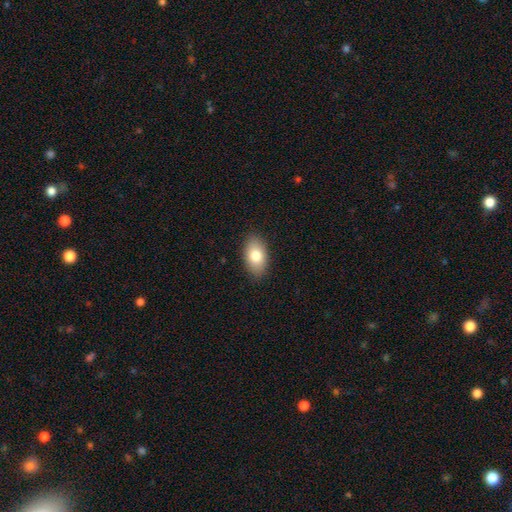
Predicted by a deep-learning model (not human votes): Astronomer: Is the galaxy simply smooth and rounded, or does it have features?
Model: smooth — 79%.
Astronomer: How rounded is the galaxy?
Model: in between — 92%.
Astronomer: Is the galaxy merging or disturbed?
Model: none — 88%.